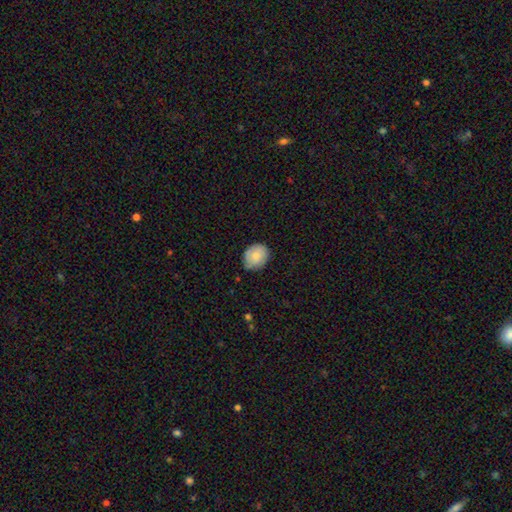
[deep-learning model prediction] smooth_or_featured: smooth (p=0.79) [alt: featured or disk p=0.14]
how_rounded: round (p=0.57) [alt: in between p=0.42]
merging: none (p=0.74) [alt: minor disturbance p=0.22]